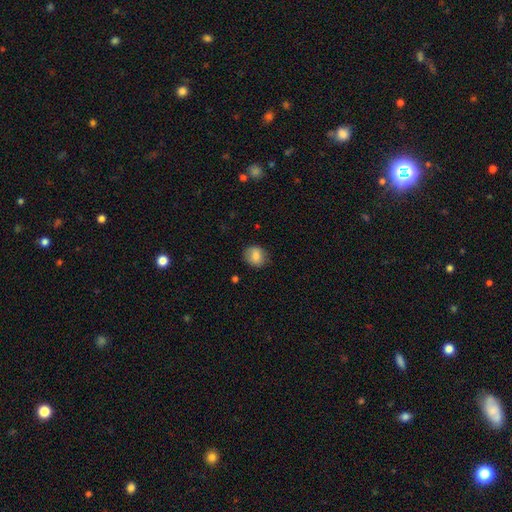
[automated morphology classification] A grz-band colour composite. It shows a smooth galaxy with no disk features (81%) that is round (65%). Merging: none (79%).